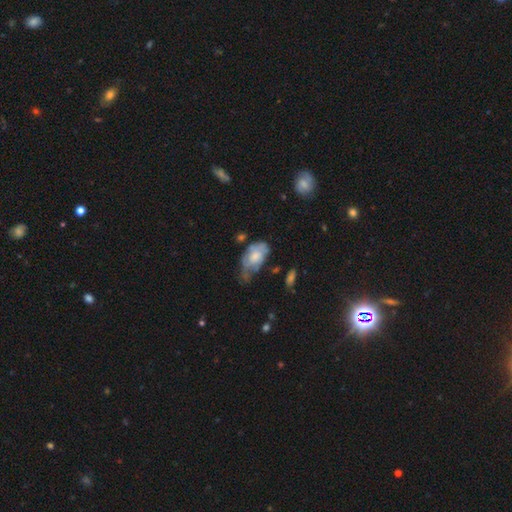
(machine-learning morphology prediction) smooth_or_featured: smooth (p=0.51) [alt: featured or disk p=0.42]
how_rounded: in between (p=0.91) [alt: round p=0.07]
merging: minor disturbance (p=0.40) [alt: none p=0.28]